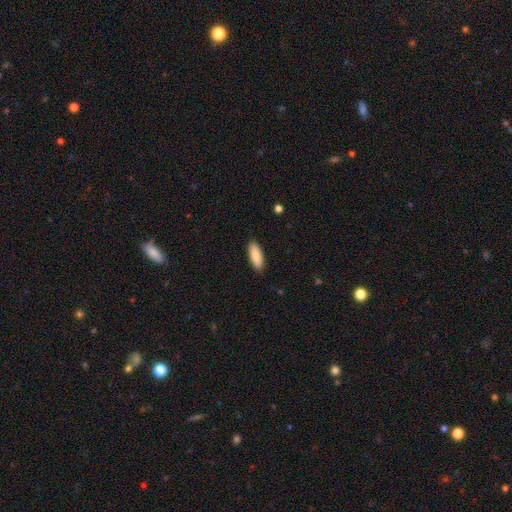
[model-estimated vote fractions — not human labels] smooth 86%, featured or disk 8%, star or artifact 6%. Down the decision tree: how rounded — in between (69%); merging — none (90%).